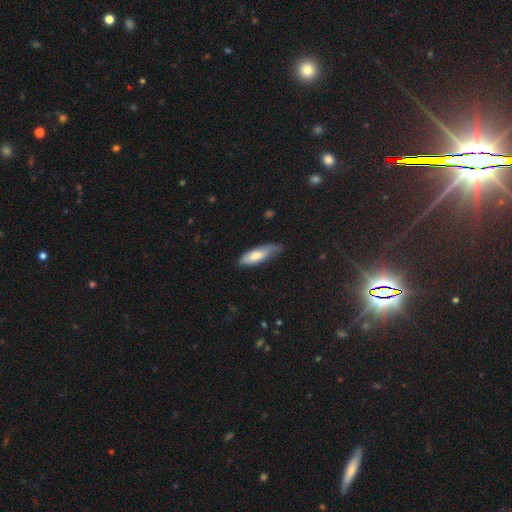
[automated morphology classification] Smooth or featured? Predicted: smooth (p=0.74). How rounded? Predicted: in between (p=0.53). Merging? Predicted: none (p=0.59).